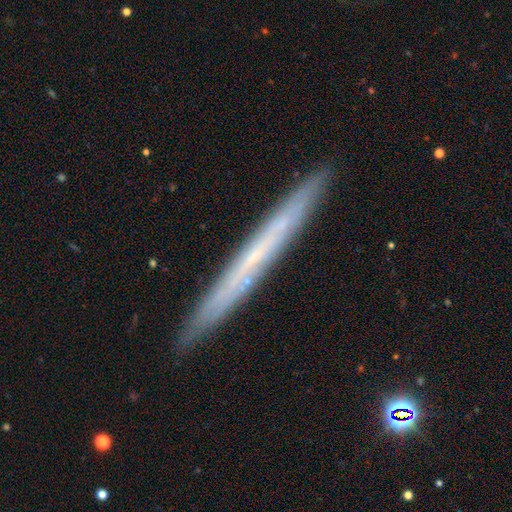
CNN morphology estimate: Smooth or featured?
  - featured or disk: 61% *
  - smooth: 31%
  - star or artifact: 8%
Edge-on disk?
  - yes: 93% *
  - no: 7%
Edge-on bulge?
  - none: 87% *
  - rounded: 11%
  - boxy: 2%
Merging?
  - none: 91% *
  - minor disturbance: 7%
  - major disturbance: 1%
  - merger: 1%